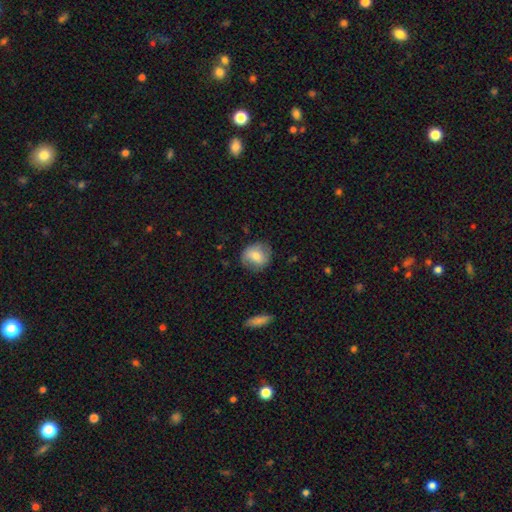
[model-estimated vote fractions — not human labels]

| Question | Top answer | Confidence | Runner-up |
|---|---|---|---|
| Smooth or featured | smooth | 65% | featured or disk (27%) |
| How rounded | round | 77% | in between (22%) |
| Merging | none | 76% | minor disturbance (17%) |